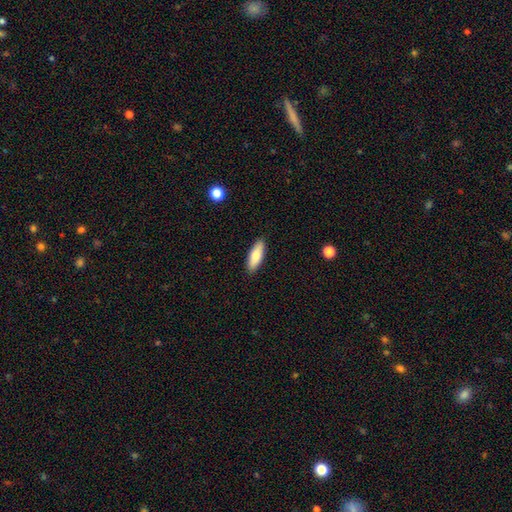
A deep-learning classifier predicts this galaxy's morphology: Smooth or featured? smooth (76%)
How rounded? in between (61%)
Merging? none (90%)